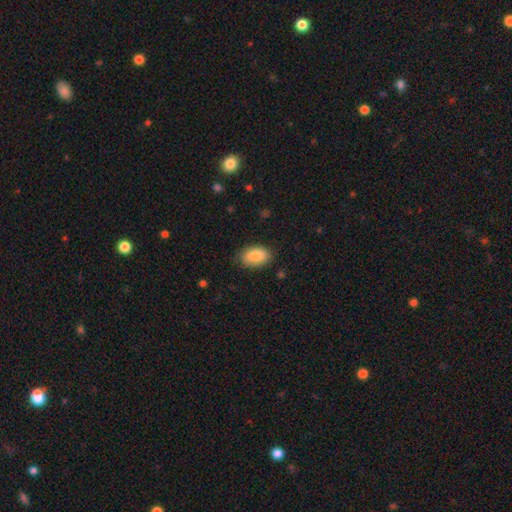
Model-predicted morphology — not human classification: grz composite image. It shows a smooth galaxy with no disk features (86%) that is in between round and cigar-shaped (92%). Merging: none (80%).